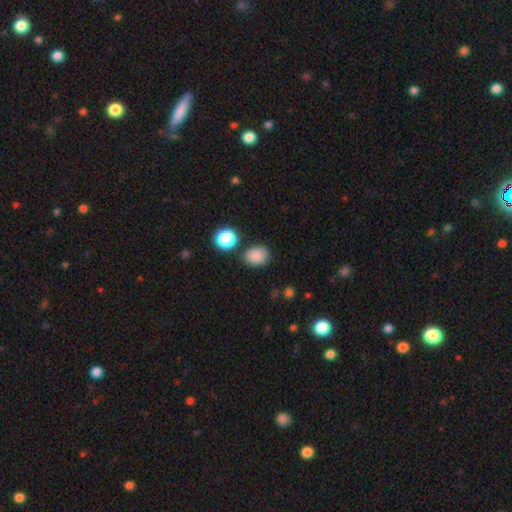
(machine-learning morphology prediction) The model was most divided on "how rounded": in between: 61%, round: 38%, cigar-shaped: 1%. More confident: smooth or featured — smooth (85%); merging — none (77%).